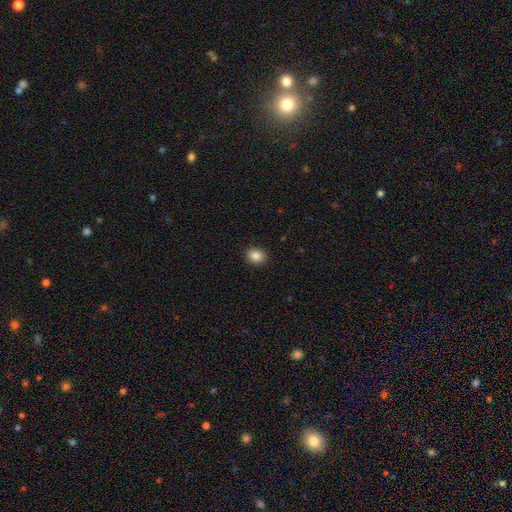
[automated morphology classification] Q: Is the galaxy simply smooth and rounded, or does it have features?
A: smooth — 87%.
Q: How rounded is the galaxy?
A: round — 63%.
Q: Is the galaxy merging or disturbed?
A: none — 91%.